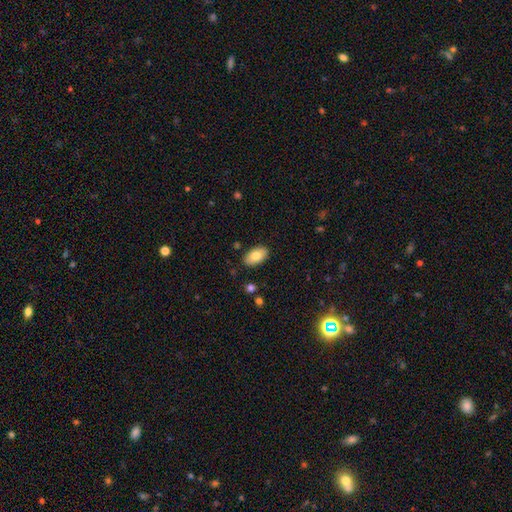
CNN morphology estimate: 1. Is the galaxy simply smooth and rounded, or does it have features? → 78% smooth, 15% featured or disk, 7% star or artifact.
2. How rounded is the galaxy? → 94% in between, 4% round, 2% cigar-shaped.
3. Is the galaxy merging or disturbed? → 87% none, 9% minor disturbance, 2% major disturbance, 1% merger.